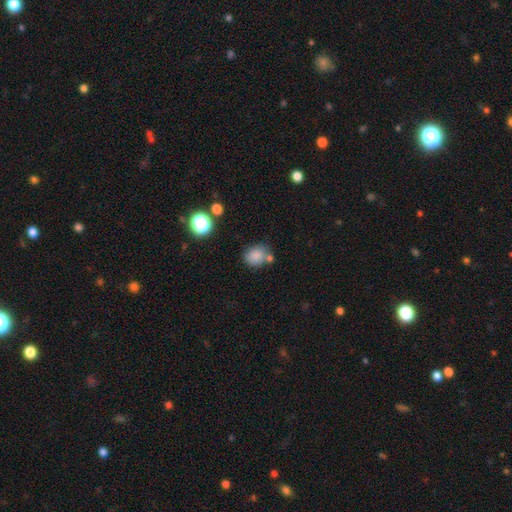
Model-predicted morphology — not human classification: A smooth galaxy with no disk features (82%) that is round (66%).

Vote fractions:
- Smooth or featured? smooth: 82% / star or artifact: 11% / featured or disk: 7%
- How rounded? round: 66% / in between: 33% / cigar-shaped: 1%
- Merging? none: 60% / merger: 18% / minor disturbance: 16% / major disturbance: 5%